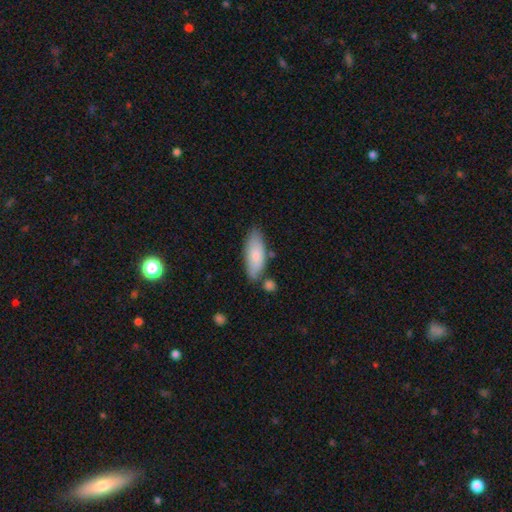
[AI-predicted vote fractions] The model was most divided on "merging": none: 69%, minor disturbance: 19%, merger: 9%, major disturbance: 4%. More confident: smooth or featured — smooth (79%); how rounded — in between (75%).